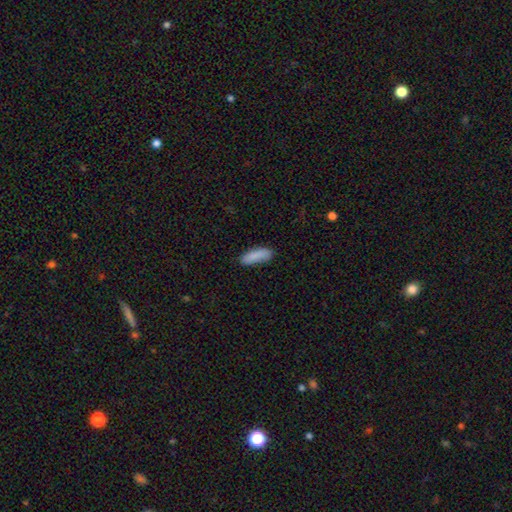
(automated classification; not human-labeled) Morphology: type=smooth (87%); roundness=in between (55%); merging=none (76%).